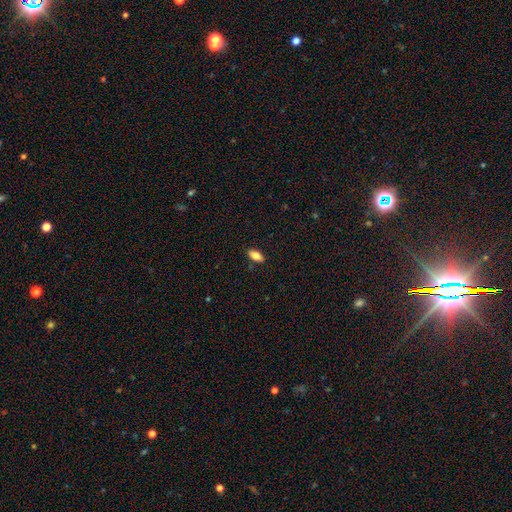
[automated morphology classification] Smooth or featured? smooth (77%)
How rounded? in between (86%)
Merging? none (87%)